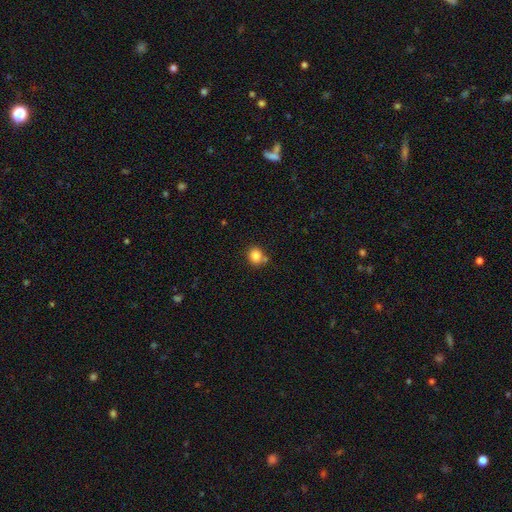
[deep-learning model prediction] smooth_or_featured: smooth (p=0.84) [alt: star or artifact p=0.10]
how_rounded: round (p=0.77) [alt: in between p=0.22]
merging: none (p=0.69) [alt: minor disturbance p=0.15]